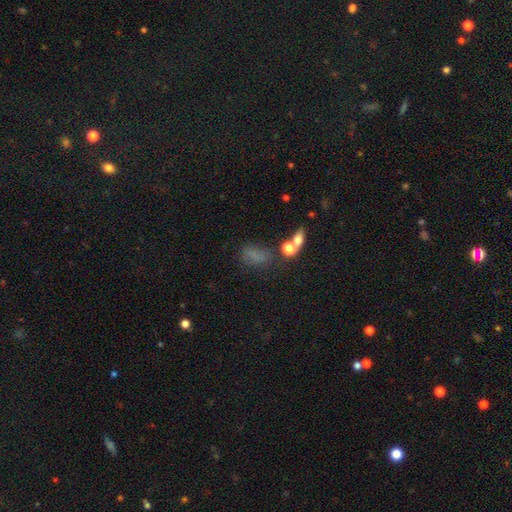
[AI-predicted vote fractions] This is likely a smooth galaxy (62%). How rounded: likely in between (69%). Merging: possibly none (49%).